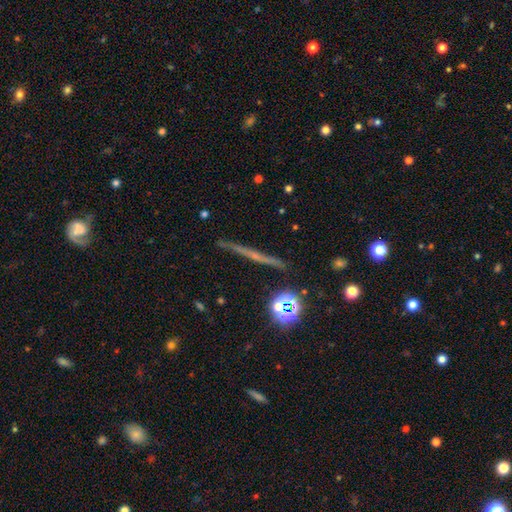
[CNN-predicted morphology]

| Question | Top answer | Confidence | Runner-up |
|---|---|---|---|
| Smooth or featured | featured or disk | 58% | smooth (27%) |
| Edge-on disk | yes | 97% | no (3%) |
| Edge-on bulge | none | 61% | rounded (32%) |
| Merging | none | 89% | minor disturbance (7%) |